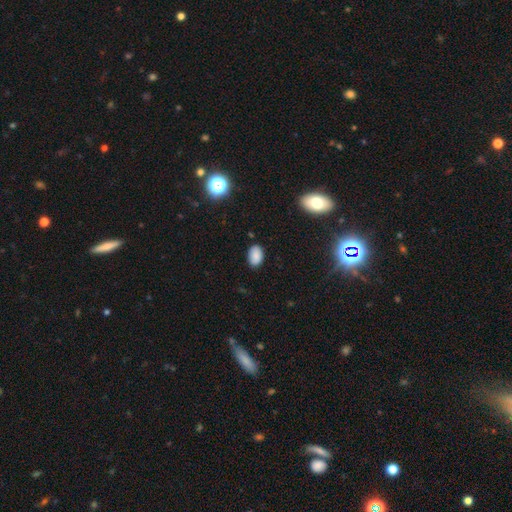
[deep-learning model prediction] smooth-or-featured: smooth: 86% | star or artifact: 10% | featured or disk: 5%
  how-rounded: in between: 90% | round: 9% | cigar-shaped: 1%
  merging: none: 85% | minor disturbance: 12% | major disturbance: 2% | merger: 1%